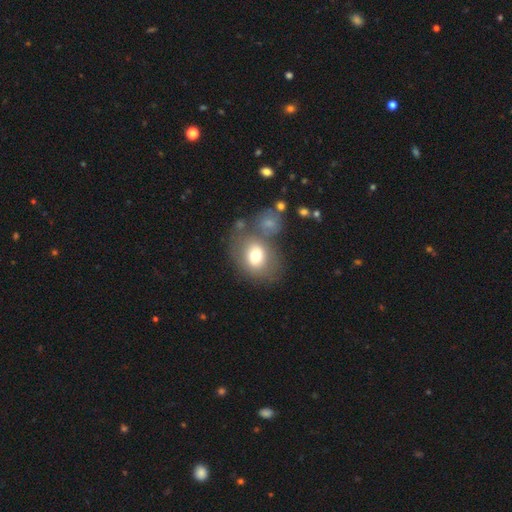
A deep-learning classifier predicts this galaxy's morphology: A smooth galaxy with no disk features (69%) that is in between round and cigar-shaped (54%).

Vote fractions:
- Smooth or featured? smooth: 69% / featured or disk: 22% / star or artifact: 9%
- How rounded? in between: 54% / round: 45% / cigar-shaped: 1%
- Merging? none: 48% / merger: 28% / minor disturbance: 15% / major disturbance: 9%